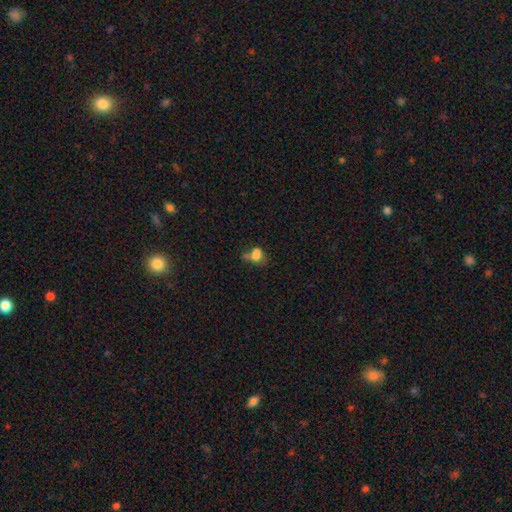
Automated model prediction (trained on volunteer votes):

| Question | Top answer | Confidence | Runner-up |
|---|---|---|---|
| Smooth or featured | smooth | 77% | star or artifact (13%) |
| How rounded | in between | 59% | round (40%) |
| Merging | none | 33% | merger (25%) |